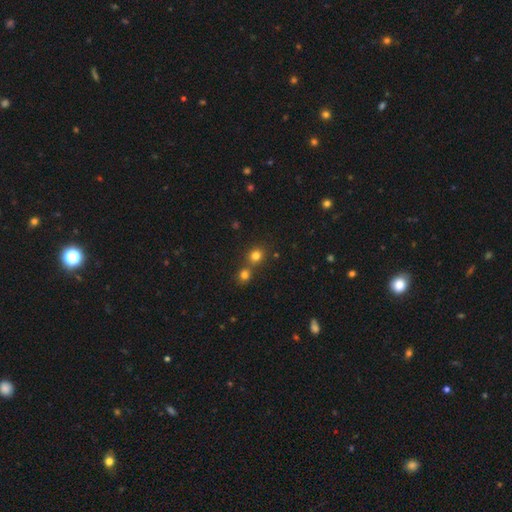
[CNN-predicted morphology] smooth-or-featured: smooth: 77% | star or artifact: 17% | featured or disk: 7%
  how-rounded: round: 84% | in between: 15% | cigar-shaped: 1%
  merging: none: 58% | merger: 33% | minor disturbance: 7% | major disturbance: 2%